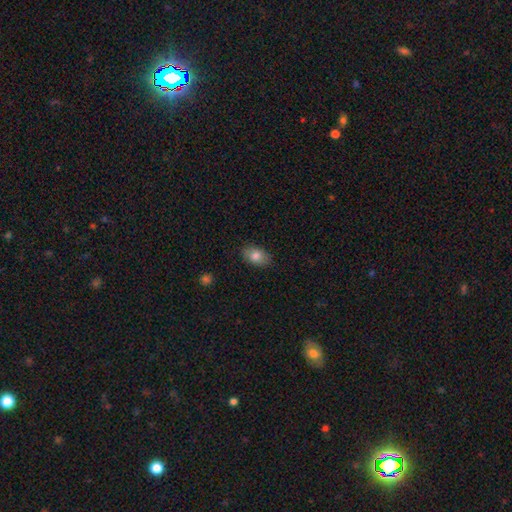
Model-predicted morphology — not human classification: This appears to be a smooth galaxy with no disk features (81%) that is in between round and cigar-shaped (88%). Merging: none (83%).